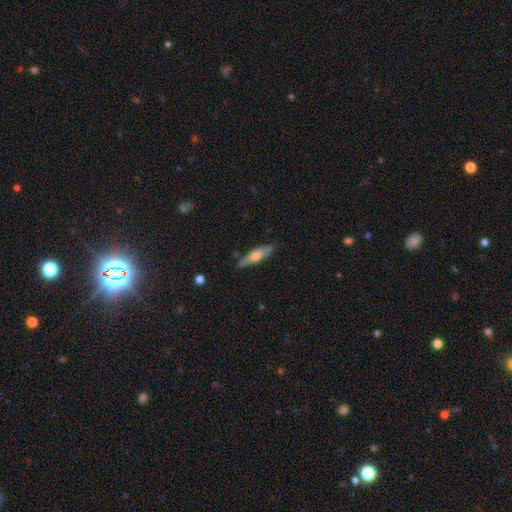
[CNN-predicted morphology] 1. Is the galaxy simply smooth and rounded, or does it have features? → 52% smooth, 42% featured or disk, 6% star or artifact.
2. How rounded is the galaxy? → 69% cigar-shaped, 29% in between, 2% round.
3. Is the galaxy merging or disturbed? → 82% none, 14% minor disturbance, 2% major disturbance, 2% merger.